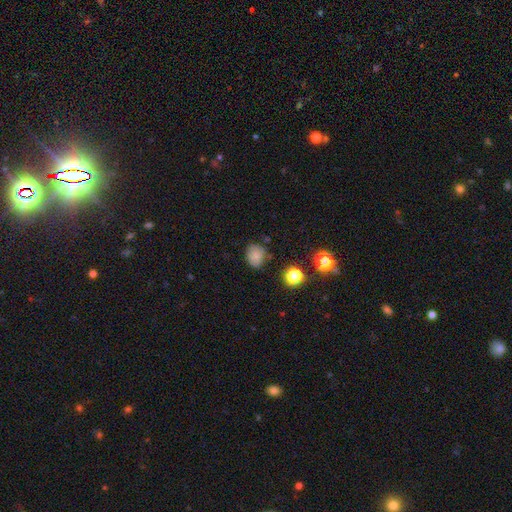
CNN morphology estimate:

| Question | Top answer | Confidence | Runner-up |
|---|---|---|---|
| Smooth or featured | smooth | 79% | star or artifact (12%) |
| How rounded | round | 57% | in between (42%) |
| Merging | none | 70% | minor disturbance (22%) |